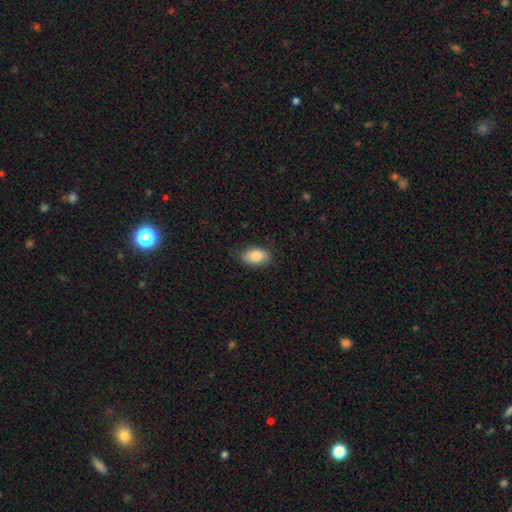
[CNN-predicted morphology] This appears to be a smooth galaxy with no disk features (86%) that is in between round and cigar-shaped (90%). Merging: none (82%).